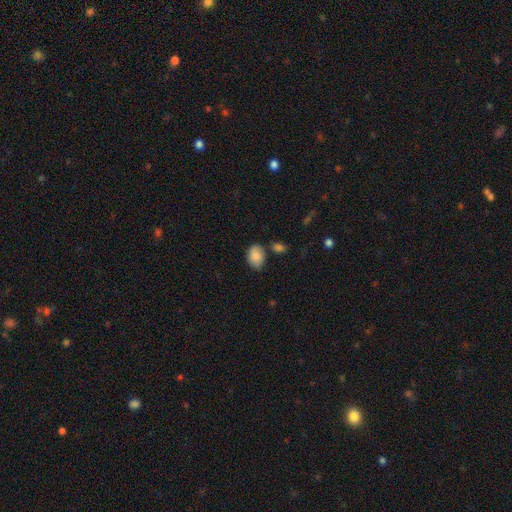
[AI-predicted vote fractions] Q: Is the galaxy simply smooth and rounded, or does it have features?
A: smooth — 85%.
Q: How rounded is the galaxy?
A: in between — 76%.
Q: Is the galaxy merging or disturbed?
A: none — 71%.